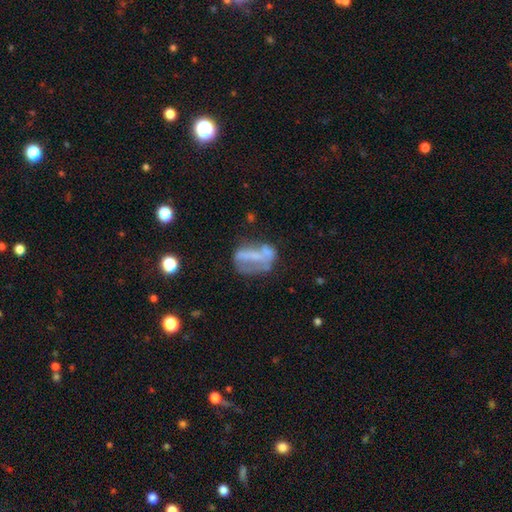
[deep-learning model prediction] This appears to be a featured or disk galaxy (54%) with no bar (58%), no spiral arms (80%) and no central bulge (70%). Merging: none (35%).